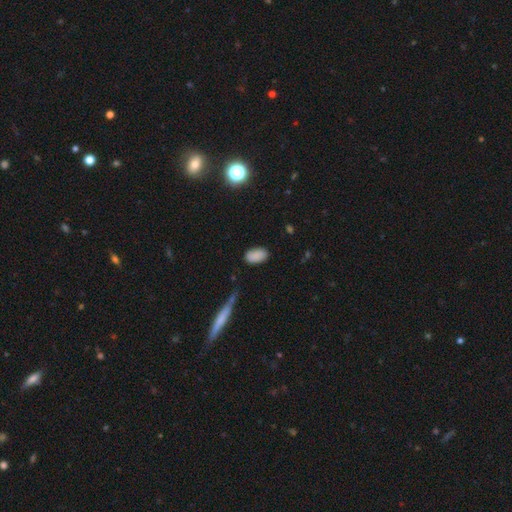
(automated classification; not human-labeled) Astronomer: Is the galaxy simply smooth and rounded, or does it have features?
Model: smooth — 88%.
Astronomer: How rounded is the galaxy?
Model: in between — 94%.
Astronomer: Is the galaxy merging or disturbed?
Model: none — 79%.